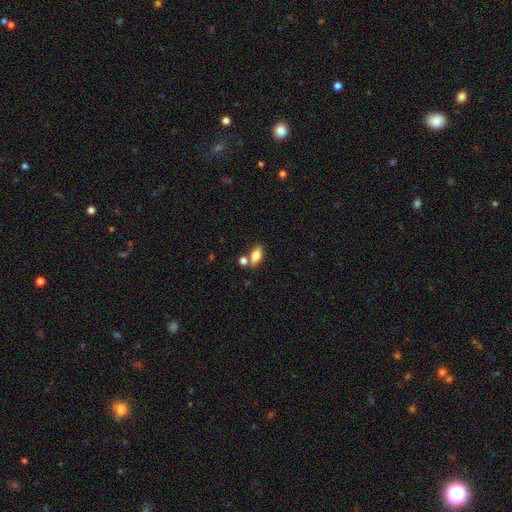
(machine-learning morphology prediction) smooth-or-featured: smooth: 75% | featured or disk: 17% | star or artifact: 8%
  how-rounded: in between: 83% | cigar-shaped: 11% | round: 6%
  merging: none: 67% | merger: 18% | minor disturbance: 12% | major disturbance: 3%